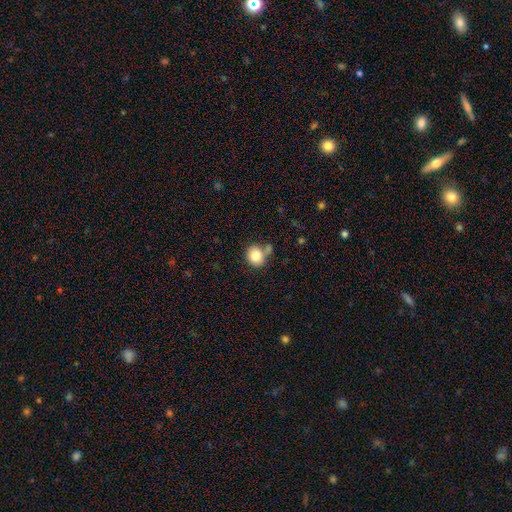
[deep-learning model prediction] Smooth or featured? Predicted: smooth (p=0.83). How rounded? Predicted: round (p=0.81). Merging? Predicted: none (p=0.57).